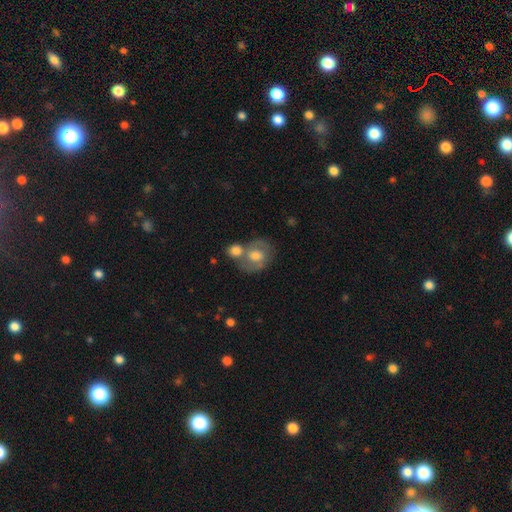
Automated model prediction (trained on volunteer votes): This is possibly a smooth galaxy (51%). How rounded: possibly round (56%). Merging: marginally merger (41%).